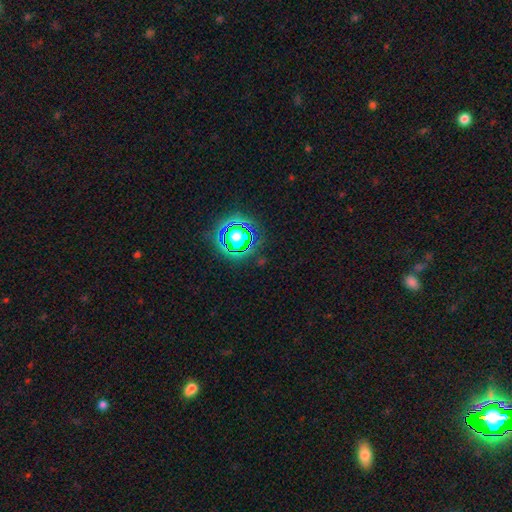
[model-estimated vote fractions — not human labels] star or artifact 76%, smooth 16%, featured or disk 8%.